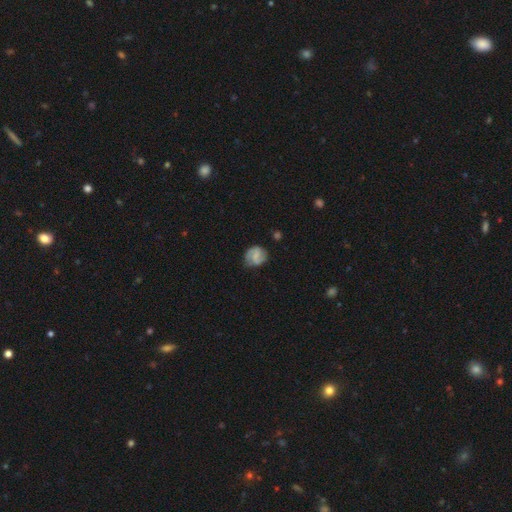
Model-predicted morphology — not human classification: Overall: featured or disk (63%; smooth 30%). Edge-on disk: no (98%). Bar: weak (50%; no 31%). Spiral arms: yes (91%). Spiral arm count: 2 (80%). Spiral winding: medium (46%; tight 32%). Bulge size: small (43%; none 33%). Merging: none (70%).